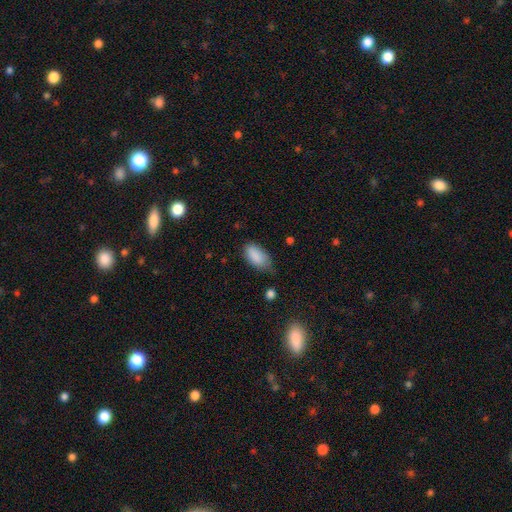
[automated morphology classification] Overall: smooth (88%). How rounded: in between (93%). Merging: none (61%; minor disturbance 31%).